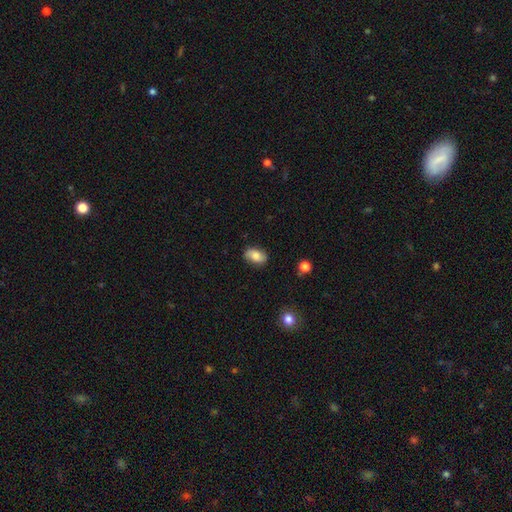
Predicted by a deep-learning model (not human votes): This appears to be a smooth galaxy with no disk features (73%) that is in between round and cigar-shaped (88%). Merging: none (79%).